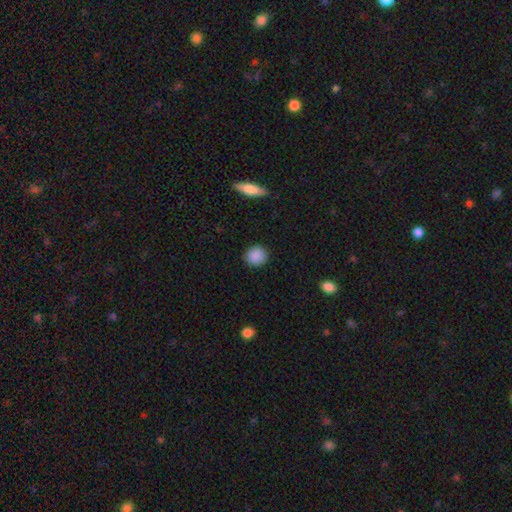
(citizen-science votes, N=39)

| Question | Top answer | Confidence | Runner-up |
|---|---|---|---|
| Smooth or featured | smooth | 95% | featured or disk (5%) |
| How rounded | round | 86% | in between (14%) |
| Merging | none | 95% | minor disturbance (5%) |